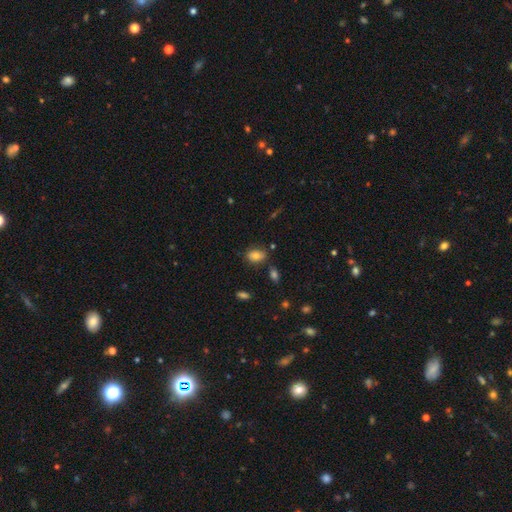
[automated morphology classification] Smooth or featured? Predicted: smooth (p=0.79). How rounded? Predicted: in between (p=0.79). Merging? Predicted: none (p=0.78).